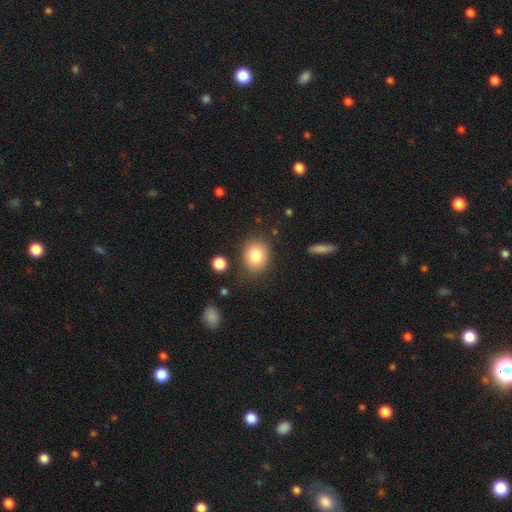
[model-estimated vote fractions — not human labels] Morphology: type=smooth (83%); roundness=round (53%); merging=none (82%).